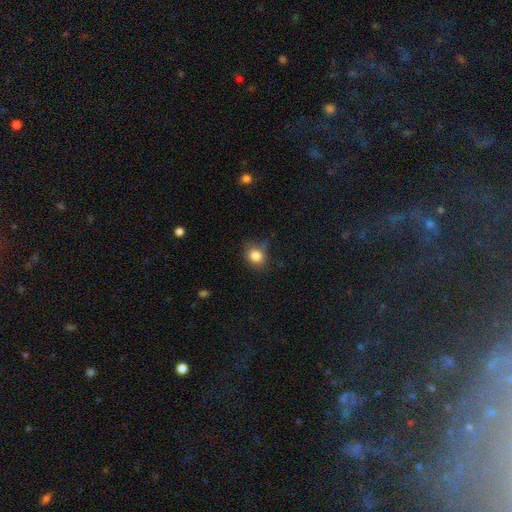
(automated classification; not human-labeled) This appears to be a smooth galaxy with no disk features (83%) that is round (61%). Merging: none (69%).